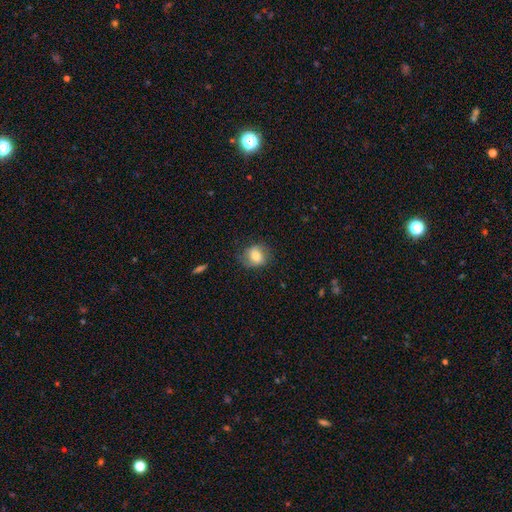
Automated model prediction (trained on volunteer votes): Q: Smooth or featured?
A: smooth (66%); runner-up: featured or disk (26%)
Q: How rounded?
A: round (57%); runner-up: in between (41%)
Q: Merging?
A: none (71%); runner-up: minor disturbance (20%)